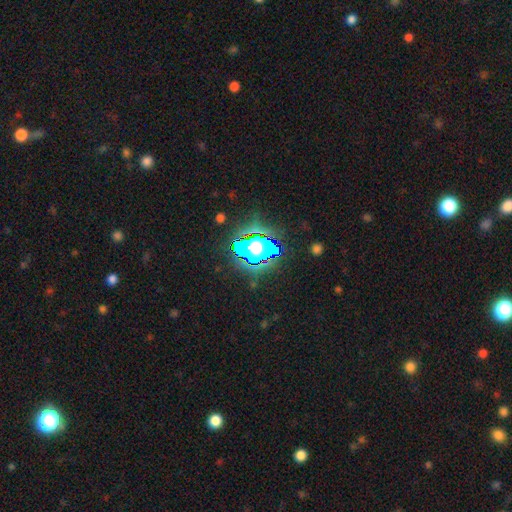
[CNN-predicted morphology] Smooth or featured? star or artifact (75%)